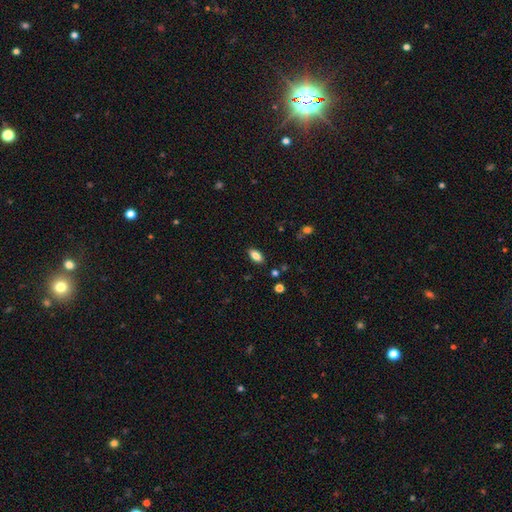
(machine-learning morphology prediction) This appears to be a smooth galaxy with no disk features (83%) that is in between round and cigar-shaped (90%). Merging: none (86%).